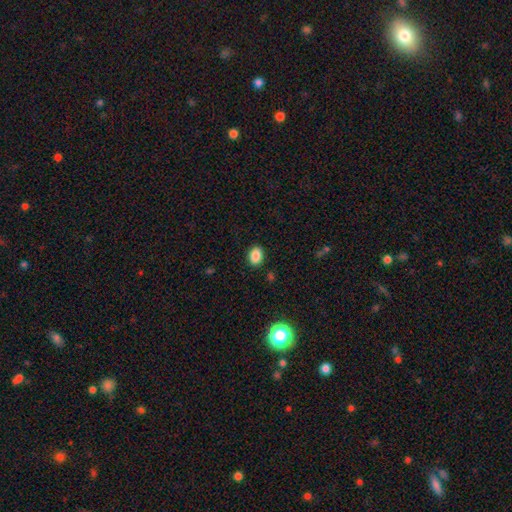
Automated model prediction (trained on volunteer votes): Overall: smooth (87%). How rounded: in between (76%). Merging: none (89%).